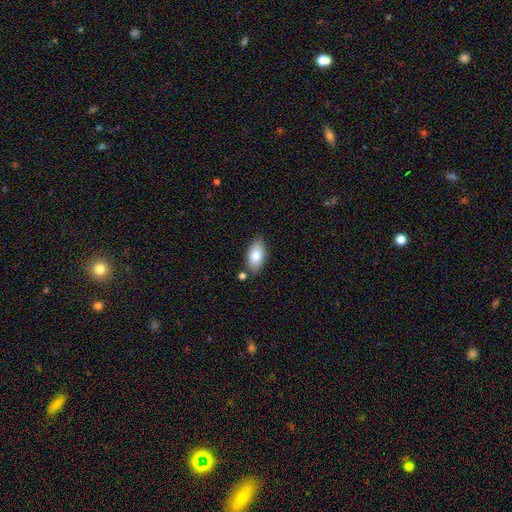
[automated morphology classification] smooth-or-featured: smooth: 80% | featured or disk: 13% | star or artifact: 7%
  how-rounded: in between: 92% | round: 4% | cigar-shaped: 4%
  merging: none: 79% | minor disturbance: 13% | merger: 6% | major disturbance: 3%